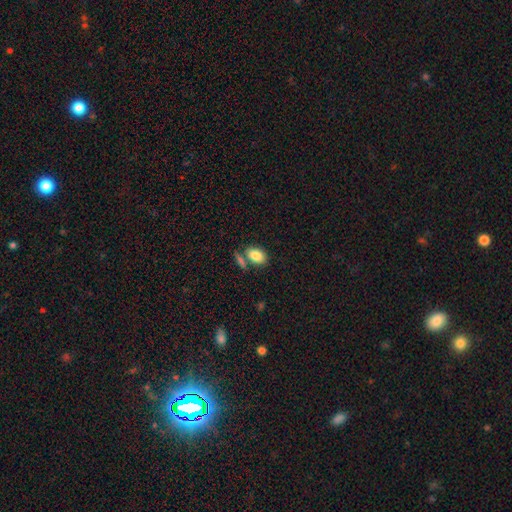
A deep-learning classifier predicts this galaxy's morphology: Overall: smooth (85%). How rounded: in between (86%). Merging: none (59%; merger 23%).